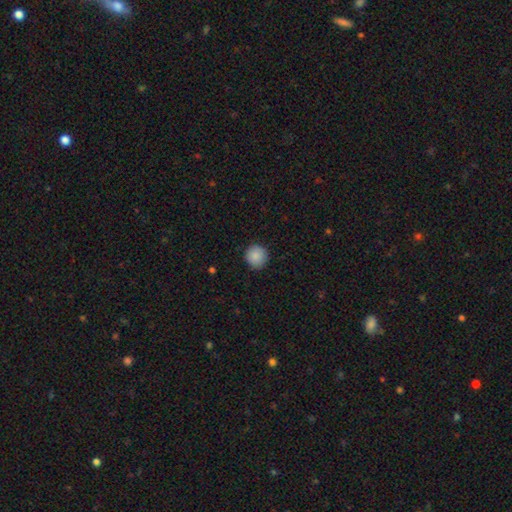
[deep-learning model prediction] This is clearly a smooth galaxy (89%). How rounded: clearly round (94%). Merging: clearly none (90%).